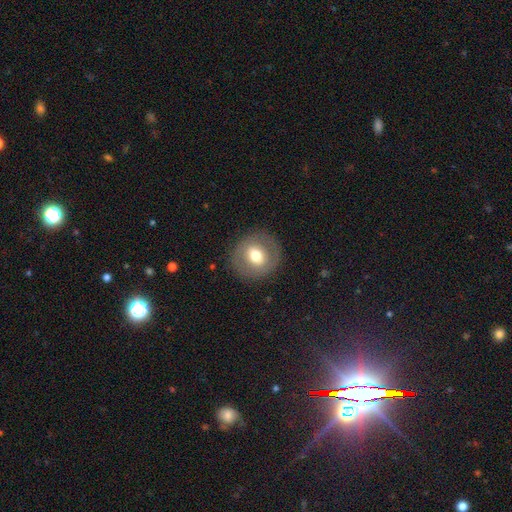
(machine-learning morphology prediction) type=smooth (58%); roundness=round (86%); merging=none (87%).